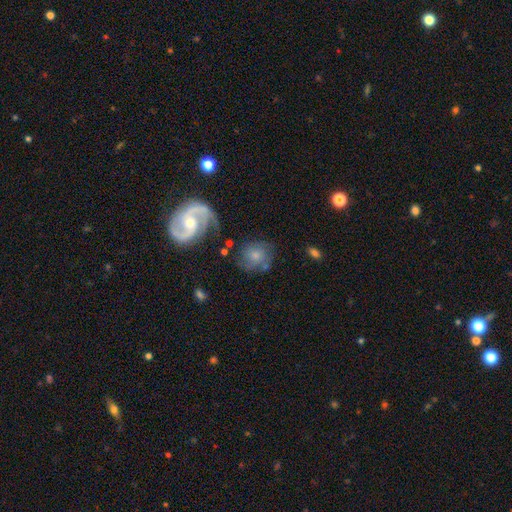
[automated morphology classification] This appears to be a smooth galaxy with no disk features (48%). Merging: none (59%).